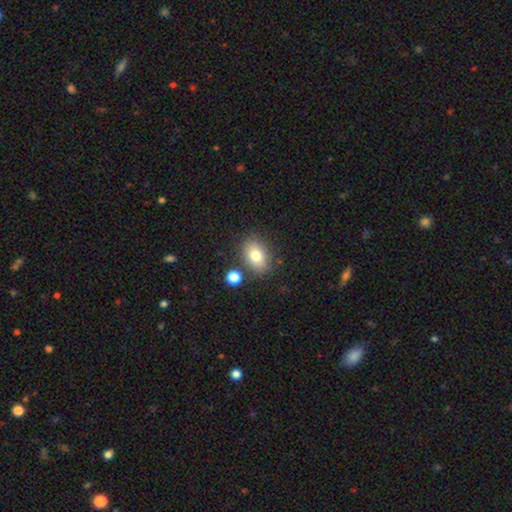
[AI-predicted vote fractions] smooth-or-featured: smooth: 79% | featured or disk: 12% | star or artifact: 10%
  how-rounded: in between: 77% | round: 22% | cigar-shaped: 1%
  merging: none: 79% | minor disturbance: 11% | merger: 7% | major disturbance: 3%